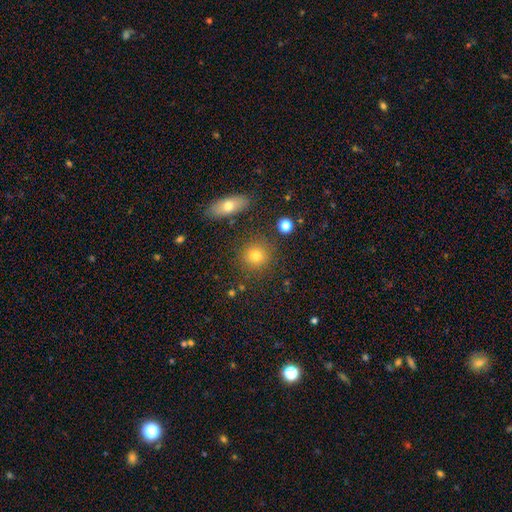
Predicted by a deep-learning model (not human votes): A smooth galaxy with no disk features (77%) that is round (87%). Merging: none (85%).